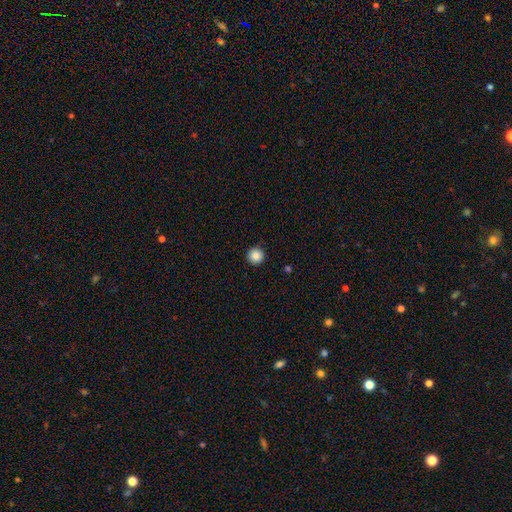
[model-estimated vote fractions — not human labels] Smooth or featured?
  - smooth: 87% *
  - star or artifact: 10%
  - featured or disk: 3%
How rounded?
  - round: 96% *
  - in between: 3%
  - cigar-shaped: 1%
Merging?
  - none: 92% *
  - minor disturbance: 6%
  - major disturbance: 2%
  - merger: 1%